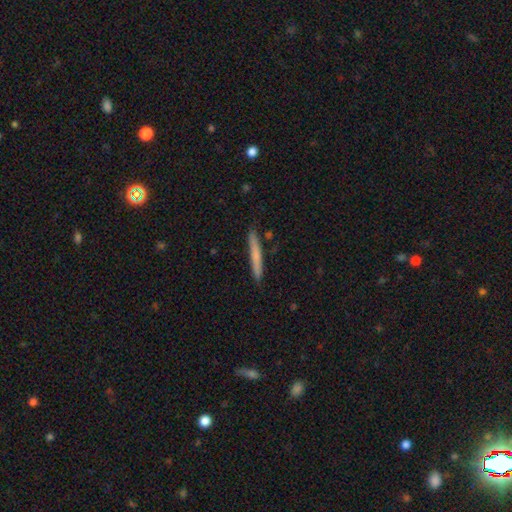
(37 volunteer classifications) This is likely a smooth galaxy (68%). How rounded: clearly cigar-shaped (100%). Merging: clearly none (86%).